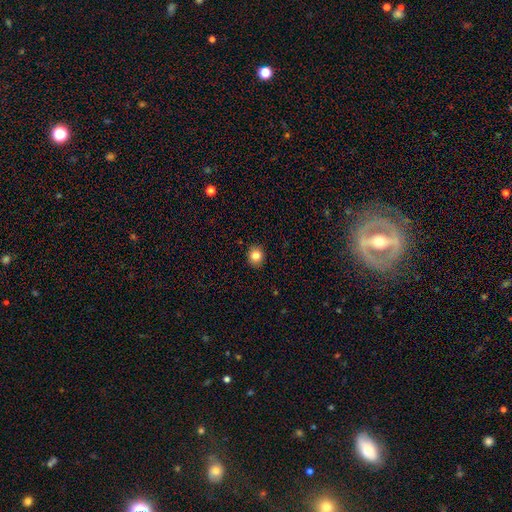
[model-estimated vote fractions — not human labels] A smooth galaxy with no disk features (84%) that is round (76%).

Vote fractions:
- Smooth or featured? smooth: 84% / star or artifact: 10% / featured or disk: 6%
- How rounded? round: 76% / in between: 23% / cigar-shaped: 1%
- Merging? none: 90% / minor disturbance: 7% / major disturbance: 2% / merger: 1%